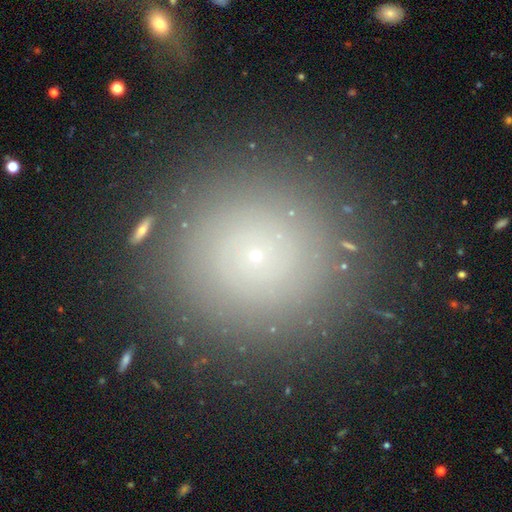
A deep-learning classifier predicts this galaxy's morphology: type=smooth (58%); roundness=round (95%); merging=none (89%).